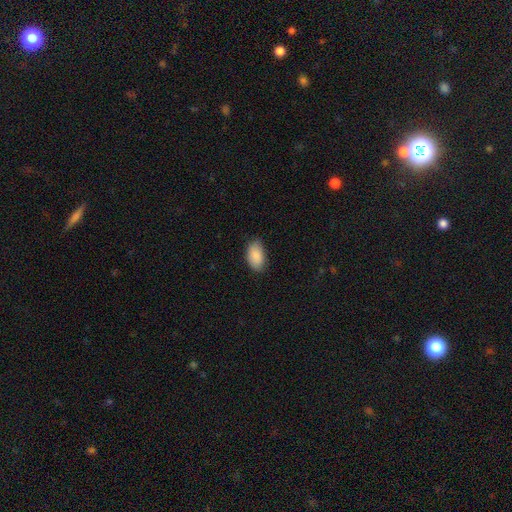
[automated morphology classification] Q: Smooth or featured?
A: smooth (89%); runner-up: star or artifact (6%)
Q: How rounded?
A: in between (93%); runner-up: round (5%)
Q: Merging?
A: none (76%); runner-up: minor disturbance (20%)